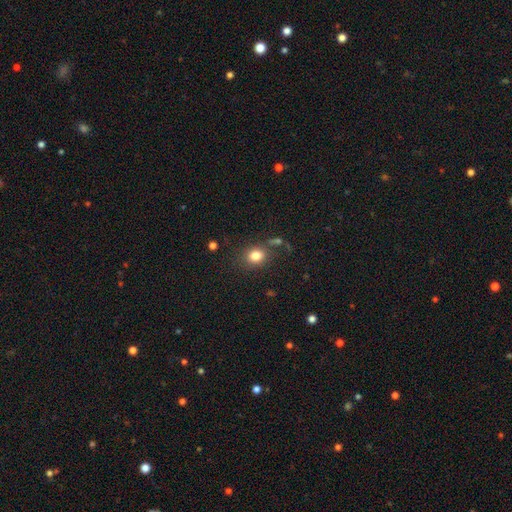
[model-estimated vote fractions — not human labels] Smooth or featured? smooth (81%)
How rounded? round (62%)
Merging? none (74%)